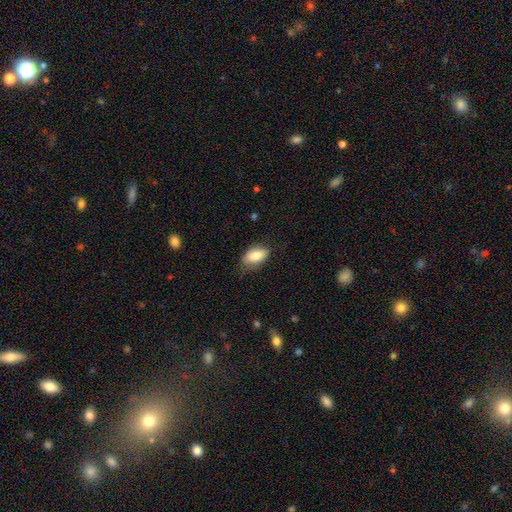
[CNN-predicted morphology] This is clearly a smooth galaxy (82%). How rounded: clearly in between (91%). Merging: likely none (67%).